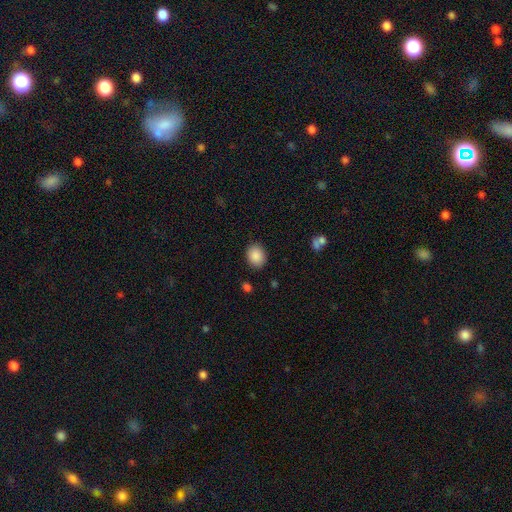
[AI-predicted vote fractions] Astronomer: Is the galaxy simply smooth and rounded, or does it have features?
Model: smooth — 88%.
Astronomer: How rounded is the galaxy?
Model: in between — 54% (runner-up: round, 45%).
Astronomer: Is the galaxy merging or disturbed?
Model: none — 87%.